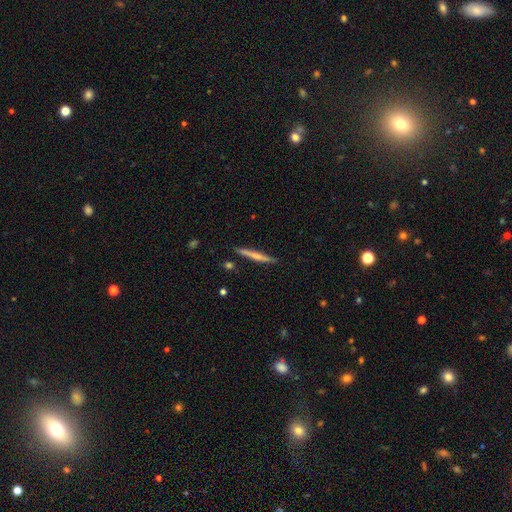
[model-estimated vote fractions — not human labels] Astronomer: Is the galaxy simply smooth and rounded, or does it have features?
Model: smooth — 49% (runner-up: featured or disk, 45%).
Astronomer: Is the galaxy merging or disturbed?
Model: none — 87%.